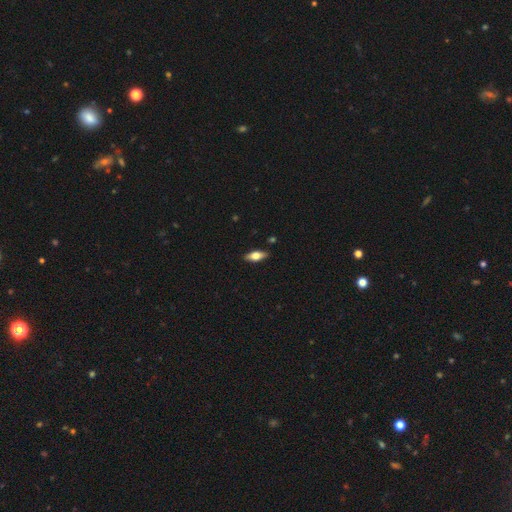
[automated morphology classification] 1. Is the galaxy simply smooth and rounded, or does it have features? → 57% smooth, 36% featured or disk, 7% star or artifact.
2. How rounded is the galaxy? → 73% in between, 24% cigar-shaped, 3% round.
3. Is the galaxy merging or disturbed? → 88% none, 9% minor disturbance, 2% major disturbance, 1% merger.